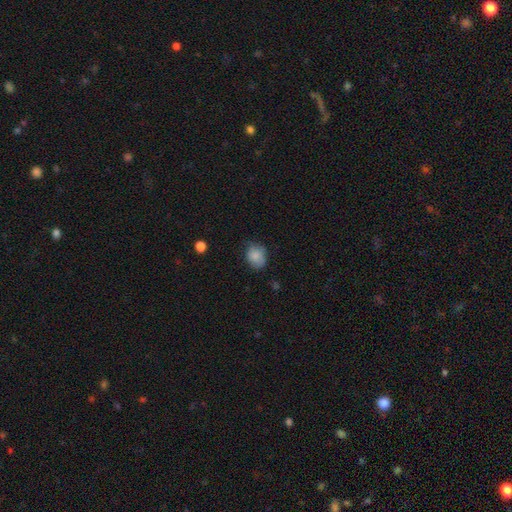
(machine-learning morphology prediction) This appears to be a smooth galaxy with no disk features (84%) that is round (54%). Merging: none (63%).